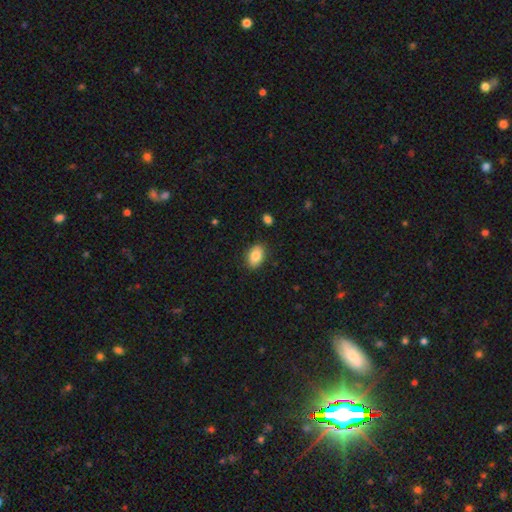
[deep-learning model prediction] smooth 86%, star or artifact 7%, featured or disk 7%. Down the decision tree: how rounded — in between (88%); merging — none (87%).